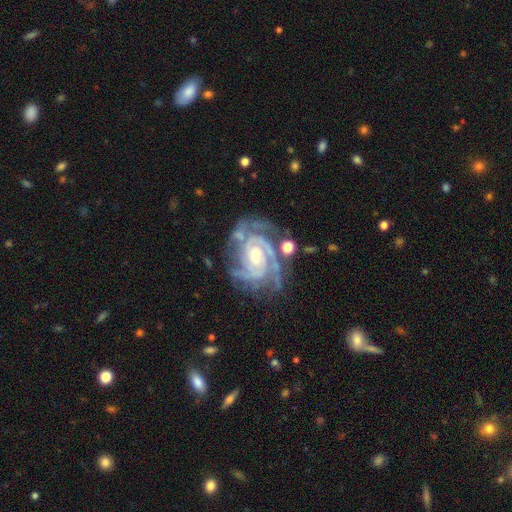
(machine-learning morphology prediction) Smooth or featured?
  - featured or disk: 92% *
  - star or artifact: 5%
  - smooth: 3%
Edge-on disk?
  - no: 98% *
  - yes: 2%
Bar?
  - no: 54% *
  - weak: 33%
  - strong: 13%
Spiral arms?
  - yes: 98% *
  - no: 2%
Spiral winding?
  - tight: 73% *
  - medium: 25%
  - loose: 3%
Spiral arm count?
  - 3: 36% *
  - 2: 24%
  - 4: 16%
  - can't tell: 12%
  - more than 4: 6%
  - 1: 5%
Bulge size?
  - small: 48% *
  - moderate: 45%
  - large: 4%
  - none: 3%
  - dominant: 1%
Merging?
  - none: 69% *
  - minor disturbance: 19%
  - major disturbance: 9%
  - merger: 4%